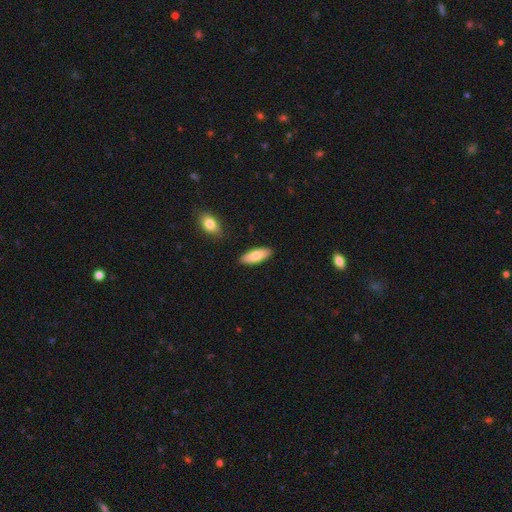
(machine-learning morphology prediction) A smooth galaxy with no disk features (79%) that is in between round and cigar-shaped (71%).

Vote fractions:
- Smooth or featured? smooth: 79% / featured or disk: 15% / star or artifact: 6%
- How rounded? in between: 71% / cigar-shaped: 27% / round: 2%
- Merging? none: 88% / minor disturbance: 9% / merger: 2% / major disturbance: 2%